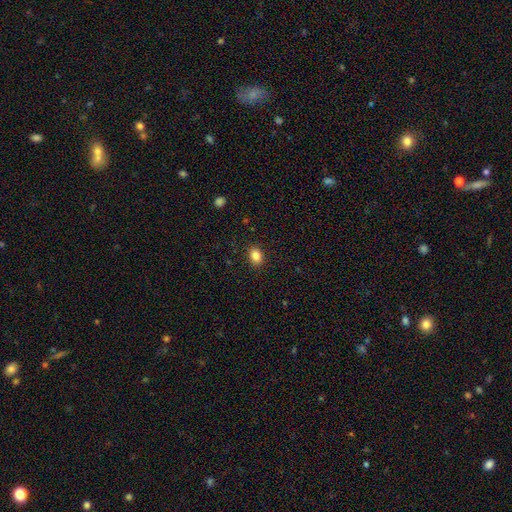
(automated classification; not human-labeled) Q: Smooth or featured?
A: smooth (85%); runner-up: star or artifact (10%)
Q: How rounded?
A: in between (64%); runner-up: round (35%)
Q: Merging?
A: none (89%); runner-up: minor disturbance (8%)